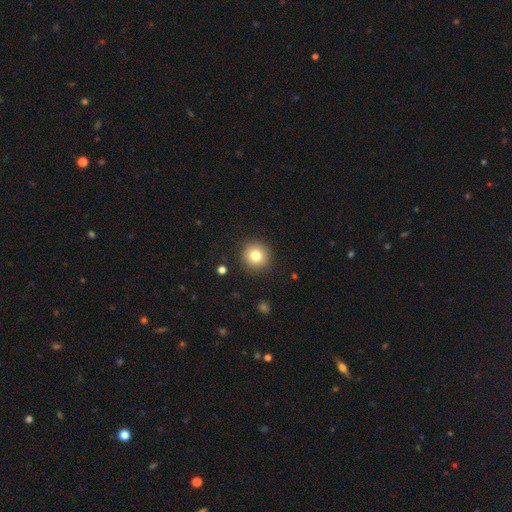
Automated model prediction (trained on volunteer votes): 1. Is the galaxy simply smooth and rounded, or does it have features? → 79% smooth, 11% star or artifact, 10% featured or disk.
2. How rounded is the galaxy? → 94% round, 5% in between, 1% cigar-shaped.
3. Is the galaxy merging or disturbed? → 91% none, 6% minor disturbance, 2% major disturbance, 1% merger.